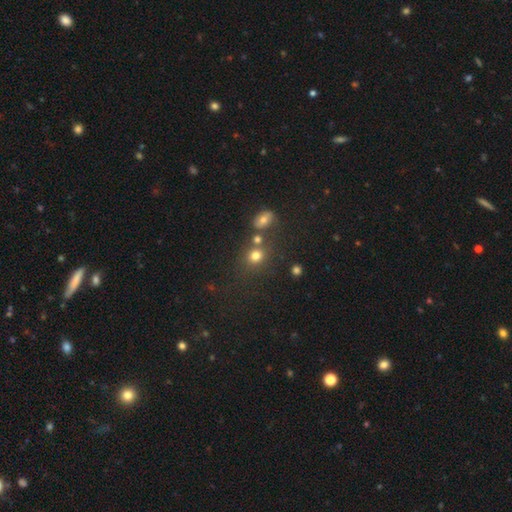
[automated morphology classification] type=smooth (76%); roundness=round (75%); merging=none (61%).